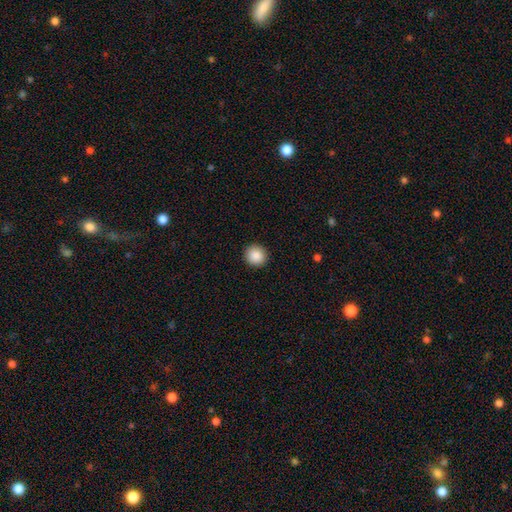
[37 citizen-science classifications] smooth 86%, featured or disk 8%, star or artifact 5%. Down the decision tree: how rounded — round (81%); merging — none (86%).